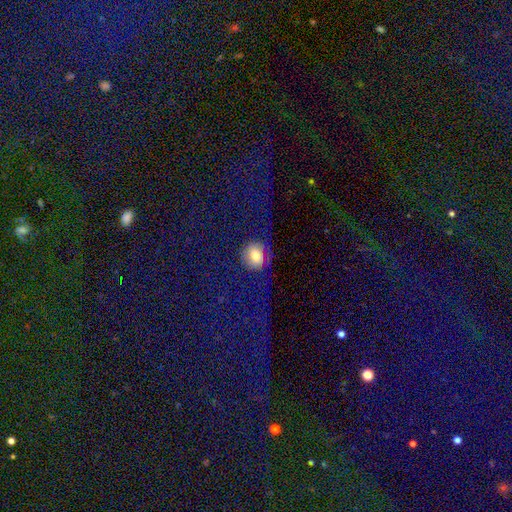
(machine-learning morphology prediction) smooth-or-featured: smooth: 73% | featured or disk: 15% | star or artifact: 12%
  how-rounded: round: 71% | in between: 28% | cigar-shaped: 1%
  merging: none: 75% | minor disturbance: 15% | major disturbance: 8% | merger: 2%